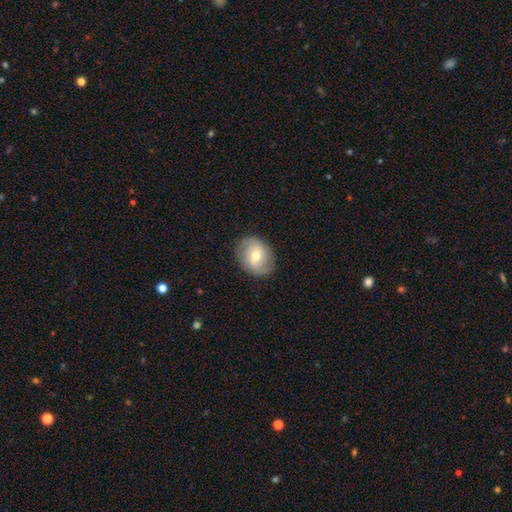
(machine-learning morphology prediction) Smooth or featured? Predicted: featured or disk (p=0.48). Merging? Predicted: none (p=0.84).